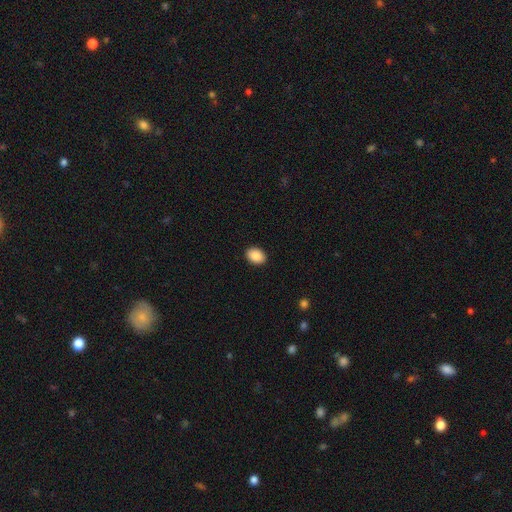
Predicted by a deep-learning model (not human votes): This is clearly a smooth galaxy (90%). How rounded: likely in between (76%). Merging: clearly none (91%).